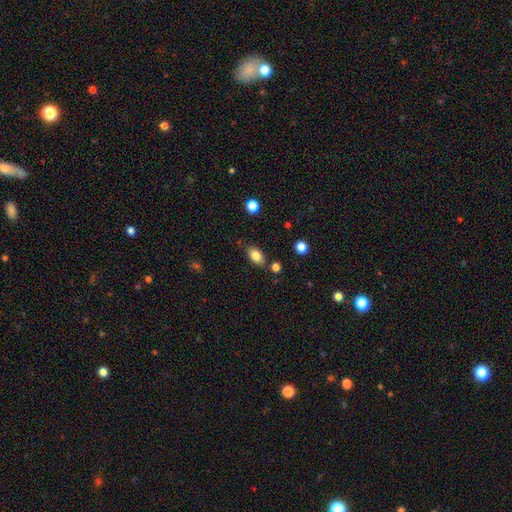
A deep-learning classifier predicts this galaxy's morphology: The model was most divided on "merging": none: 79%, minor disturbance: 14%, merger: 4%, major disturbance: 3%. More confident: how rounded — in between (87%); smooth or featured — smooth (82%).